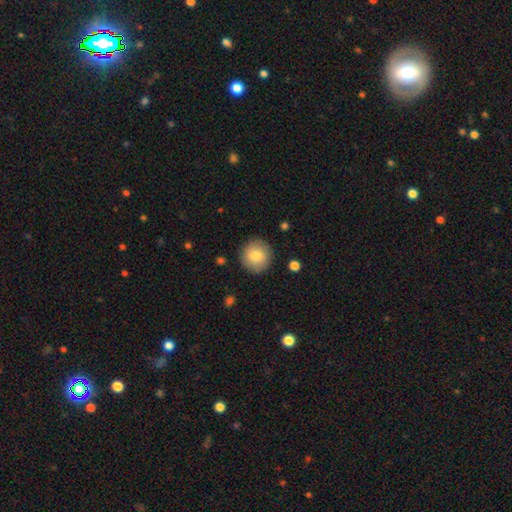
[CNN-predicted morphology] This appears to be a smooth galaxy with no disk features (81%) that is round (94%). Merging: none (90%).